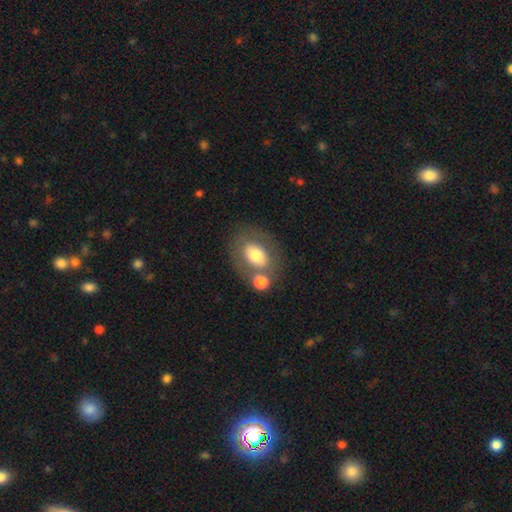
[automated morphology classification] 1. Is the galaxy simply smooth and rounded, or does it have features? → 68% smooth, 23% featured or disk, 9% star or artifact.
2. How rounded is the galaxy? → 70% in between, 29% round, 1% cigar-shaped.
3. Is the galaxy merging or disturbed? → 55% none, 26% merger, 13% minor disturbance, 6% major disturbance.